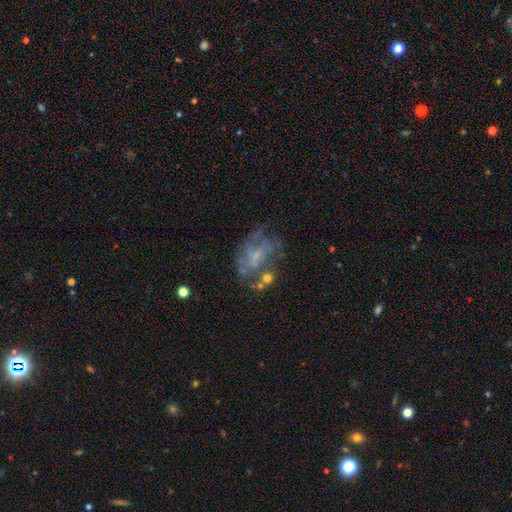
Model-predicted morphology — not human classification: Smooth or featured?
  - featured or disk: 68% *
  - smooth: 21%
  - star or artifact: 12%
Edge-on disk?
  - no: 97% *
  - yes: 3%
Bar?
  - no: 56% *
  - weak: 36%
  - strong: 8%
Spiral arms?
  - yes: 56% *
  - no: 44%
Bulge size?
  - small: 48% *
  - none: 32%
  - moderate: 17%
  - large: 2%
  - dominant: 1%
Merging?
  - none: 47% *
  - major disturbance: 24%
  - minor disturbance: 21%
  - merger: 8%